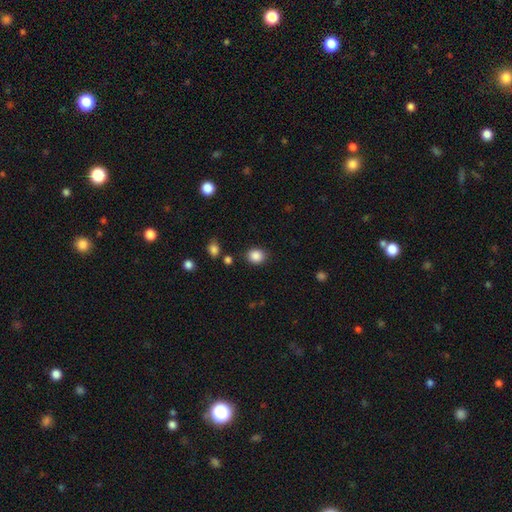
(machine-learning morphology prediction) smooth-or-featured: smooth: 87% | star or artifact: 10% | featured or disk: 4%
  how-rounded: round: 66% | in between: 33% | cigar-shaped: 1%
  merging: none: 83% | minor disturbance: 11% | major disturbance: 4% | merger: 3%